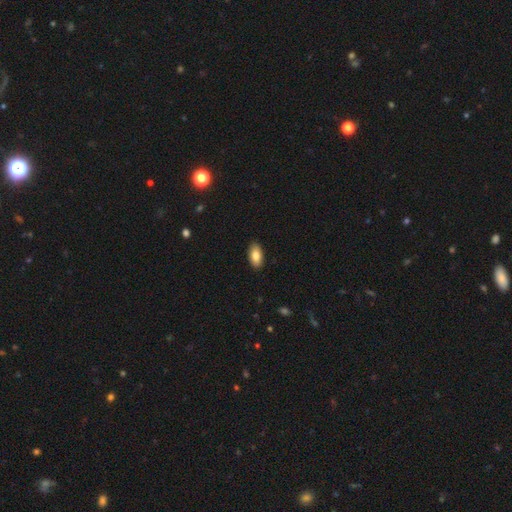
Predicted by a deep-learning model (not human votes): This is clearly a smooth galaxy (84%). How rounded: clearly in between (93%). Merging: clearly none (90%).